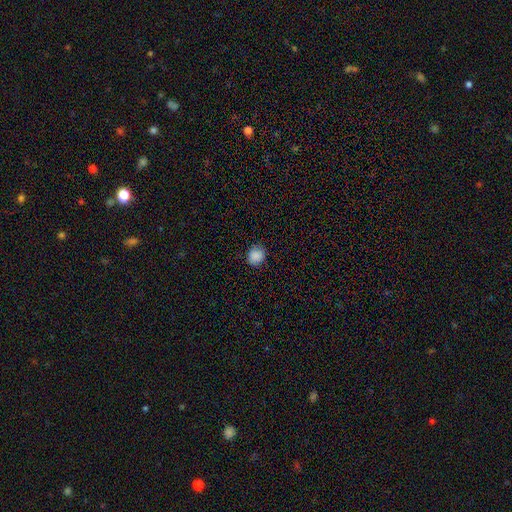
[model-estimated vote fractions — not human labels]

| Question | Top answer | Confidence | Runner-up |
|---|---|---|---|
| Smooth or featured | smooth | 88% | star or artifact (9%) |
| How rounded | round | 77% | in between (22%) |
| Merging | none | 86% | minor disturbance (10%) |